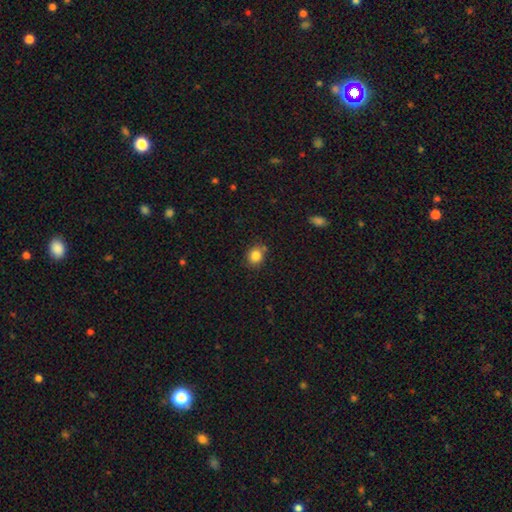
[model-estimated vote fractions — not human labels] Smooth or featured? Predicted: smooth (p=0.84). How rounded? Predicted: round (p=0.73). Merging? Predicted: none (p=0.75).